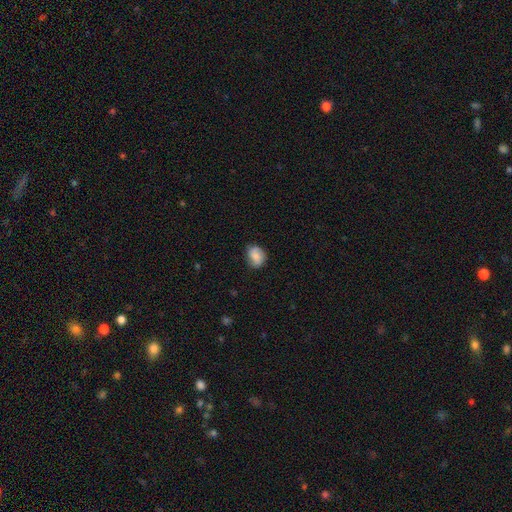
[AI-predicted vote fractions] Smooth or featured? Predicted: smooth (p=0.72). How rounded? Predicted: in between (p=0.53). Merging? Predicted: none (p=0.71).